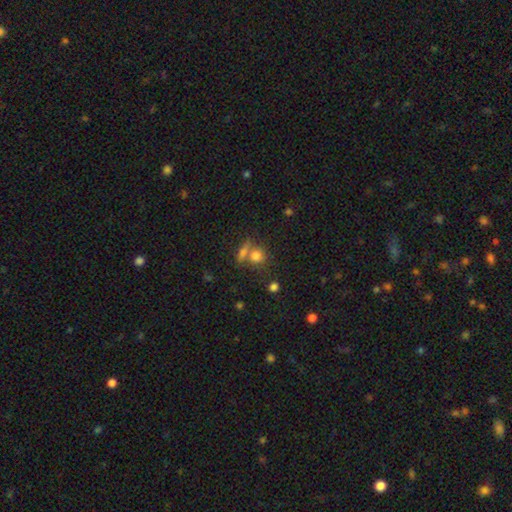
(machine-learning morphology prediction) A smooth galaxy with no disk features (75%) that is round (75%). Merging: none (51%).